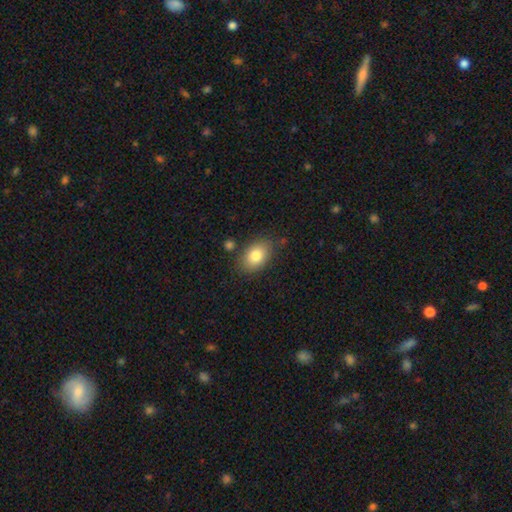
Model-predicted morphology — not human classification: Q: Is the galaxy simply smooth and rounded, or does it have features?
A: smooth — 81%.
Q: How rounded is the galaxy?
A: in between — 84%.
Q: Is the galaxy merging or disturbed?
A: none — 78%.